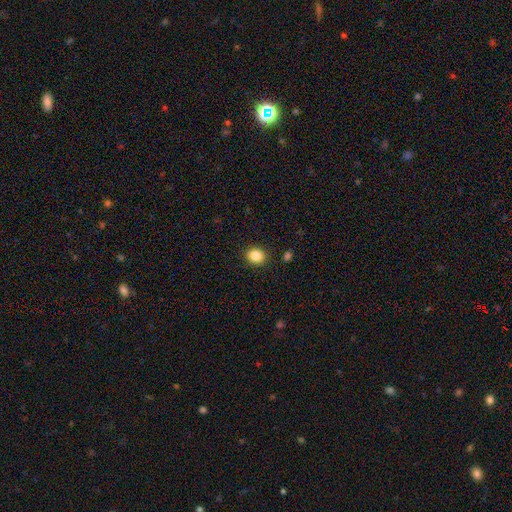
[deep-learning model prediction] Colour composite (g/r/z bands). It shows a smooth galaxy with no disk features (86%) that is round (64%). Merging: none (89%).